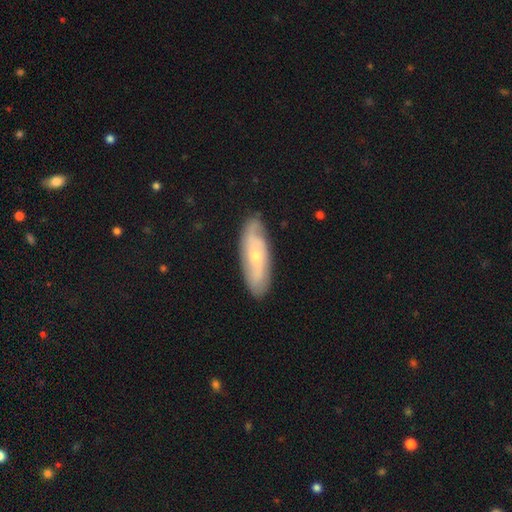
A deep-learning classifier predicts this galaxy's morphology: Smooth or featured? Predicted: featured or disk (p=0.62). Edge-on disk? Predicted: no (p=0.83). Bar? Predicted: no (p=0.72). Spiral arms? Predicted: yes (p=0.84). Bulge size? Predicted: small (p=0.68). Merging? Predicted: none (p=0.82).